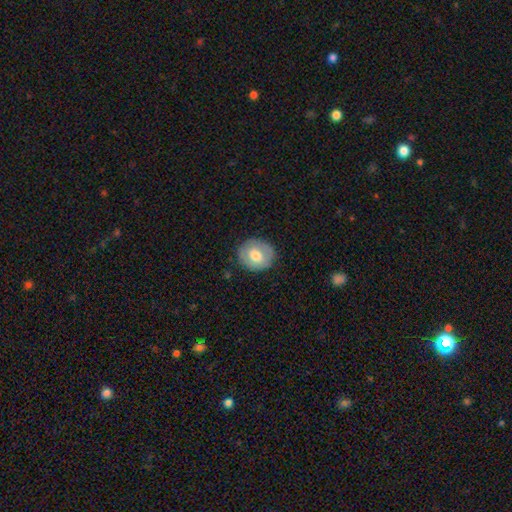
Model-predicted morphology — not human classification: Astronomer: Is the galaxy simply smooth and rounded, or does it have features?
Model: smooth — 63%.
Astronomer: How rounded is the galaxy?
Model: round — 68%.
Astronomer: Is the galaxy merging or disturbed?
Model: none — 84%.